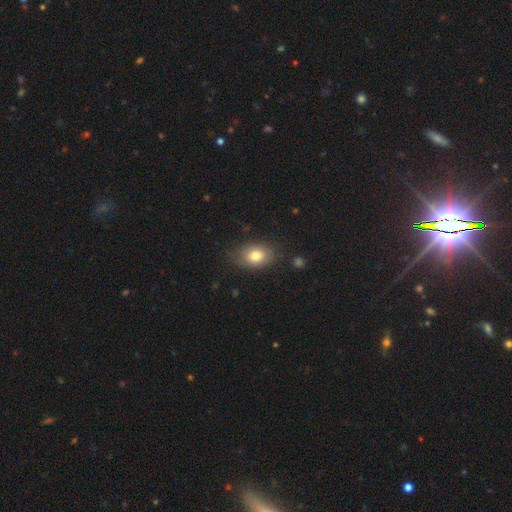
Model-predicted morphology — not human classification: This is clearly a smooth galaxy (80%). How rounded: likely in between (75%). Merging: likely none (78%).